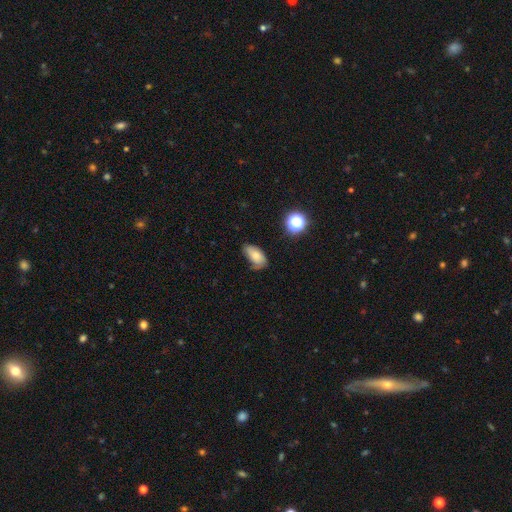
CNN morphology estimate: type=smooth (71%); roundness=in between (90%); merging=none (53%).